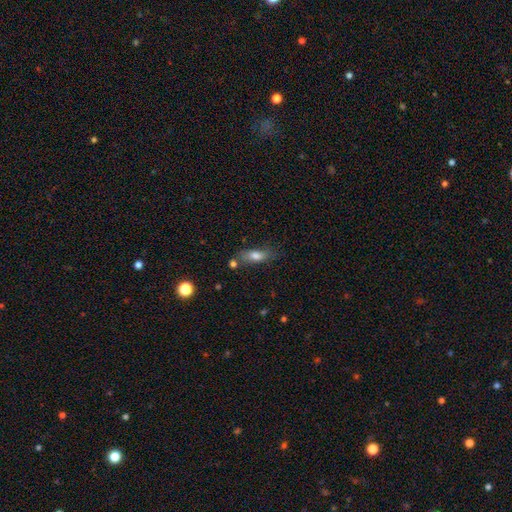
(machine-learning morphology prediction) Smooth or featured?
  - smooth: 75% *
  - featured or disk: 17%
  - star or artifact: 8%
How rounded?
  - in between: 69% *
  - cigar-shaped: 27%
  - round: 4%
Merging?
  - none: 68% *
  - minor disturbance: 19%
  - merger: 9%
  - major disturbance: 5%